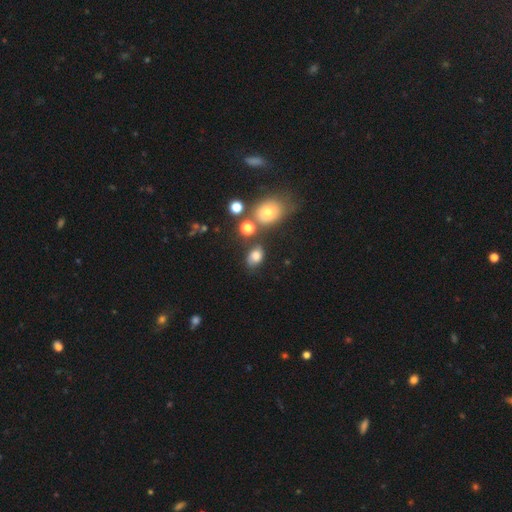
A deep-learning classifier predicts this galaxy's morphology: Smooth or featured? smooth (74%)
How rounded? in between (72%)
Merging? none (62%)